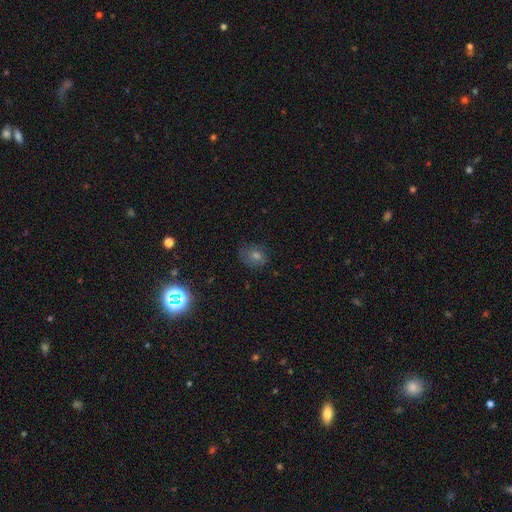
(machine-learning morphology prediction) Smooth or featured? Predicted: smooth (p=0.55). How rounded? Predicted: round (p=0.62). Merging? Predicted: none (p=0.72).